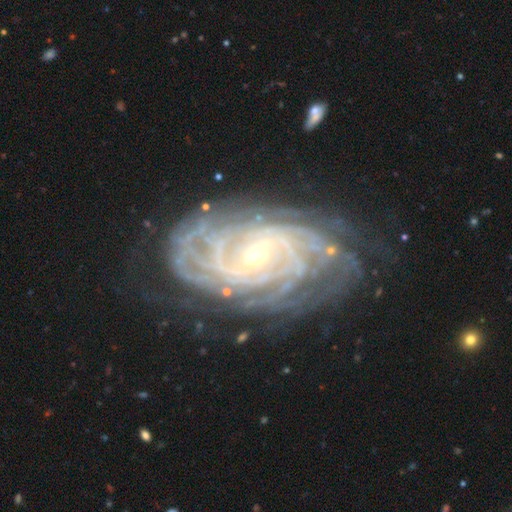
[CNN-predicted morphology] A featured or disk galaxy (90%) with no bar (53%), tight (80%) spiral arms (98%) and a small central bulge (77%). Merging: none (74%).